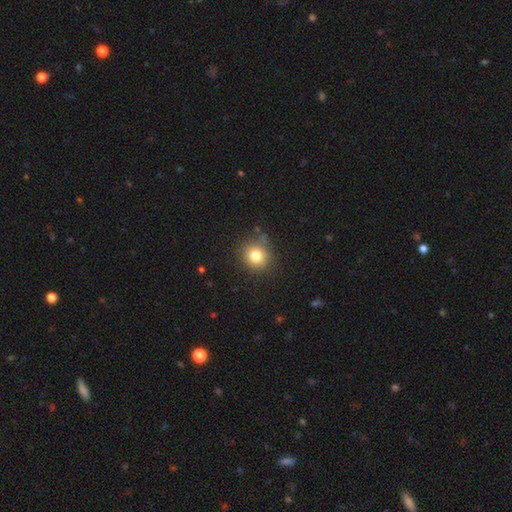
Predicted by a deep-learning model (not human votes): A smooth galaxy with no disk features (79%) that is round (86%). Merging: none (80%).